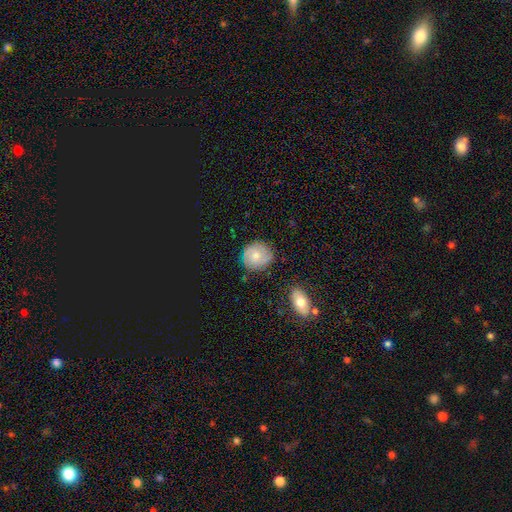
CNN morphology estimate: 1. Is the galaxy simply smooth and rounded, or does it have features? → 50% featured or disk, 41% smooth, 8% star or artifact.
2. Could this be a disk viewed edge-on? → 97% no, 3% yes.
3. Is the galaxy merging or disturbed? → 78% none, 16% minor disturbance, 4% major disturbance, 2% merger.